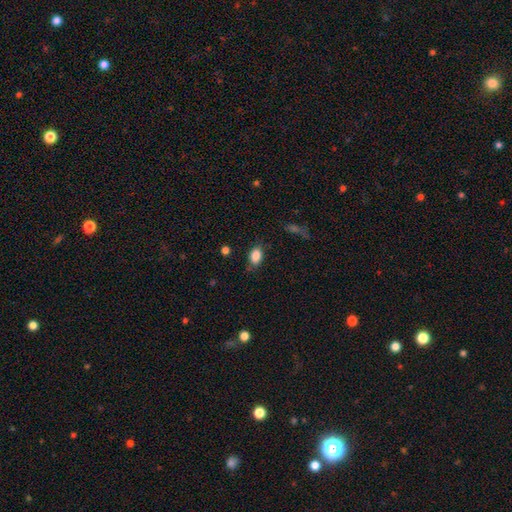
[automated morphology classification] smooth_or_featured: smooth (p=0.86) [alt: star or artifact p=0.08]
how_rounded: in between (p=0.85) [alt: round p=0.13]
merging: none (p=0.77) [alt: minor disturbance p=0.17]